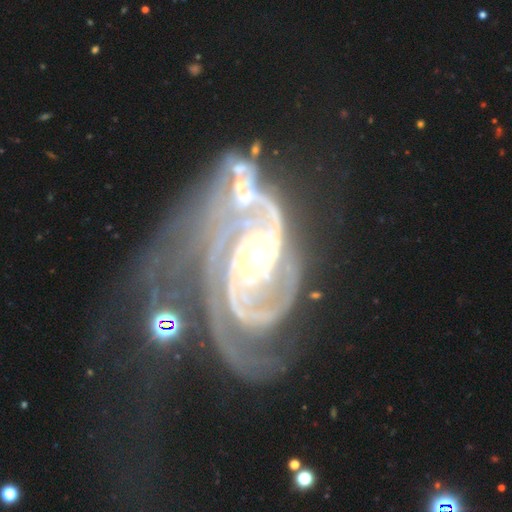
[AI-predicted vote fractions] Morphology: type=featured or disk (92%); edge-on=no (98%); bar=no (59%); spiral arms=yes (98%); winding=tight (59%); arm count=2 (35%); bulge=moderate (47%); merging=major disturbance (31%).